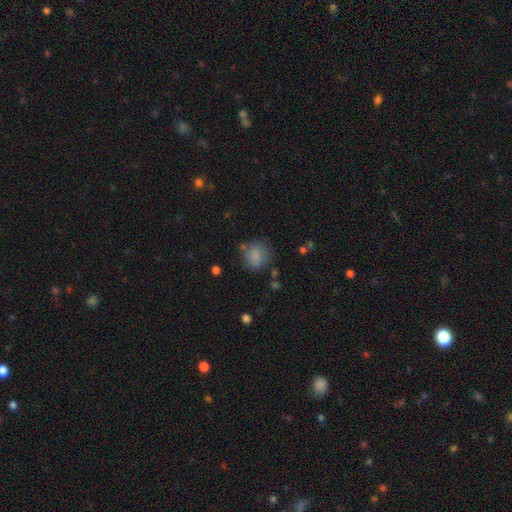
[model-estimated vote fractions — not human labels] Smooth or featured? Predicted: smooth (p=0.80). How rounded? Predicted: round (p=0.77). Merging? Predicted: none (p=0.71).